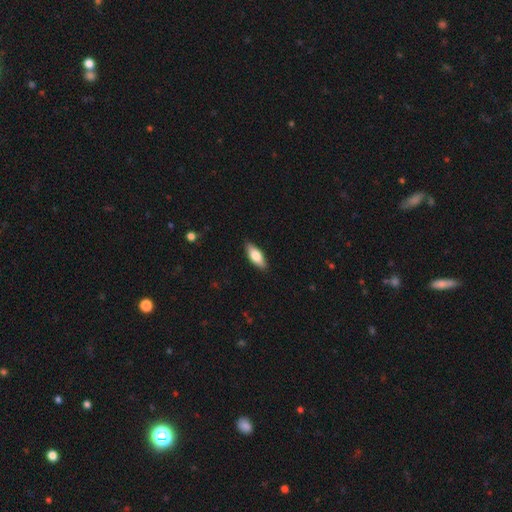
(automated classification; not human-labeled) Q: Smooth or featured?
A: smooth (71%); runner-up: featured or disk (23%)
Q: How rounded?
A: in between (69%); runner-up: cigar-shaped (29%)
Q: Merging?
A: none (89%); runner-up: minor disturbance (9%)